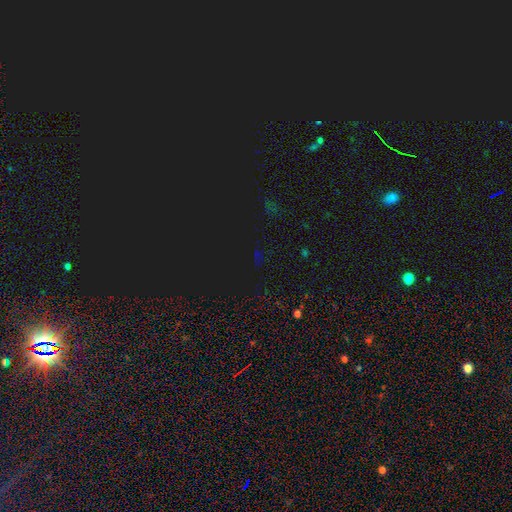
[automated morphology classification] Q: Smooth or featured?
A: star or artifact (80%); runner-up: smooth (14%)